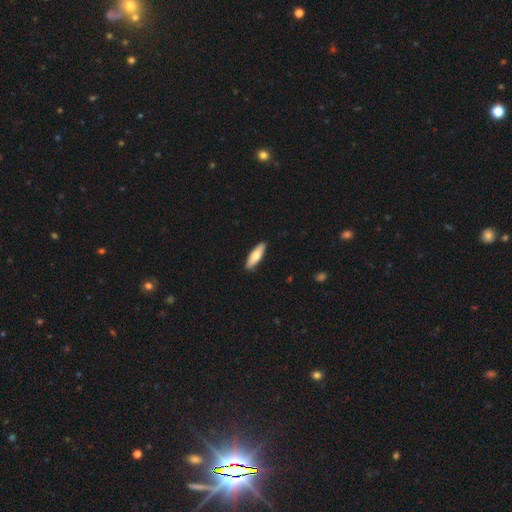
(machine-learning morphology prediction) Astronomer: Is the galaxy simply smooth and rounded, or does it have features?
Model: smooth — 76%.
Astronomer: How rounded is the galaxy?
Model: in between — 49%, tied with cigar-shaped at 49%.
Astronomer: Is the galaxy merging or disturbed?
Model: none — 88%.